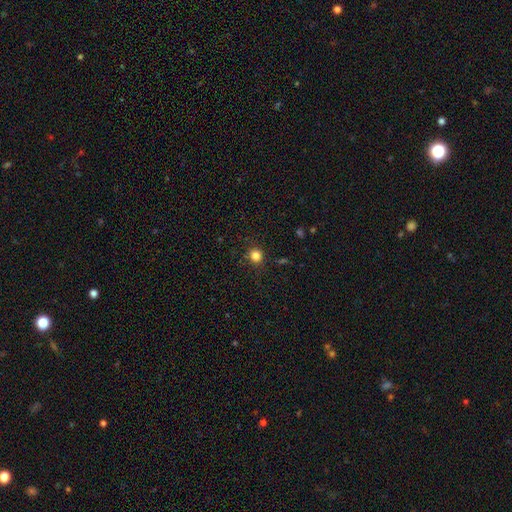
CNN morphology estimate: type=smooth (82%); roundness=round (91%); merging=none (88%).